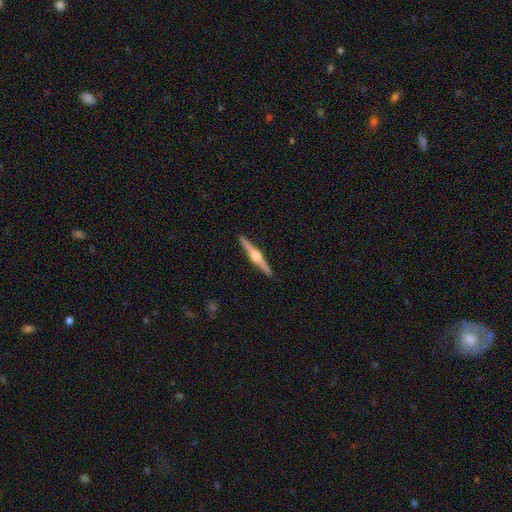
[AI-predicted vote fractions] Smooth or featured? featured or disk (84%)
Edge-on disk? yes (99%)
Edge-on bulge? rounded (94%)
Merging? none (93%)